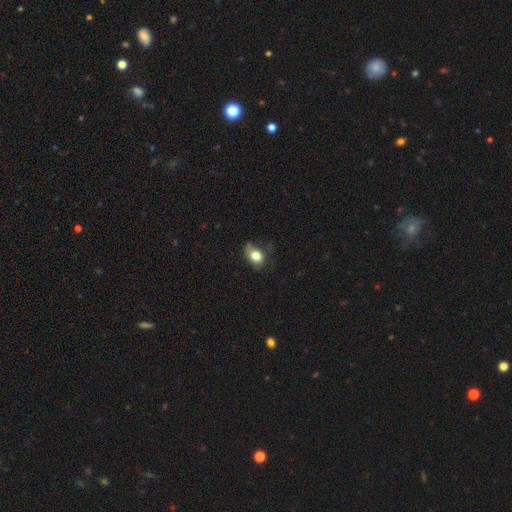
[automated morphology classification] This appears to be a smooth galaxy with no disk features (77%) that is in between round and cigar-shaped (59%). Merging: none (48%).